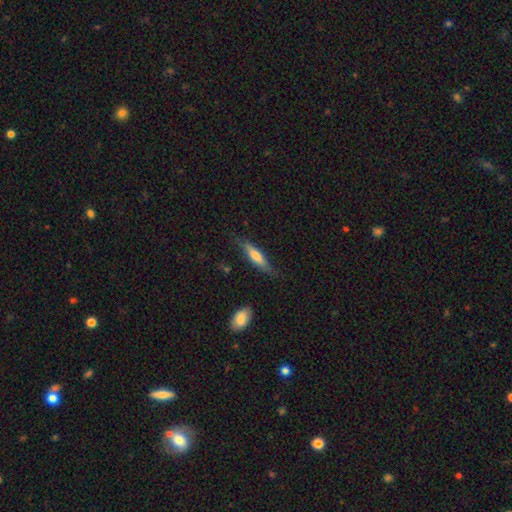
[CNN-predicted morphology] Smooth or featured: smooth — 59% (featured or disk — 35%)
How rounded: cigar-shaped — 72% (in between — 26%)
Merging: none — 72% (minor disturbance — 20%)